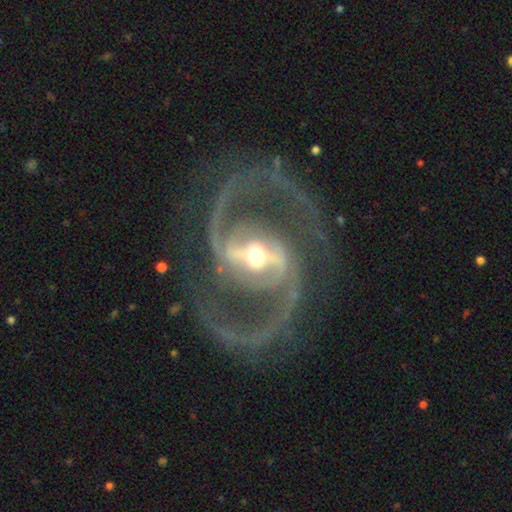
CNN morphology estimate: Smooth or featured?
  - featured or disk: 92% *
  - star or artifact: 4%
  - smooth: 3%
Edge-on disk?
  - no: 97% *
  - yes: 3%
Bar?
  - strong: 68% *
  - weak: 23%
  - no: 9%
Spiral arms?
  - yes: 97% *
  - no: 3%
Spiral winding?
  - medium: 55% *
  - loose: 27%
  - tight: 18%
Spiral arm count?
  - 2: 90% *
  - 3: 3%
  - can't tell: 2%
  - 1: 2%
  - 4: 2%
  - more than 4: 2%
Bulge size?
  - moderate: 70% *
  - small: 16%
  - large: 11%
  - dominant: 1%
  - none: 1%
Merging?
  - none: 70% *
  - major disturbance: 14%
  - minor disturbance: 13%
  - merger: 3%